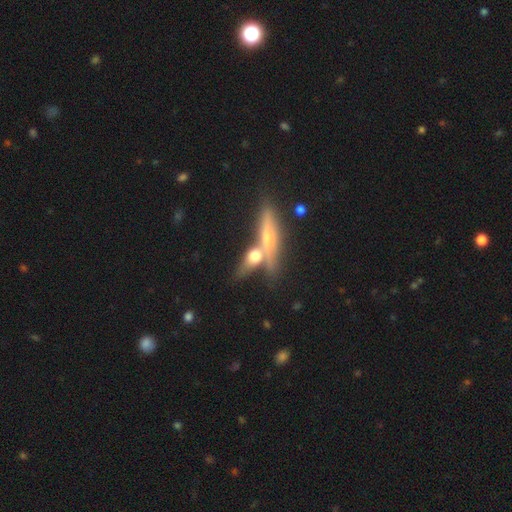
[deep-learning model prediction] The model was most divided on "smooth or featured": featured or disk: 46%, smooth: 44%, star or artifact: 9%. Remaining: merging — none (48%).